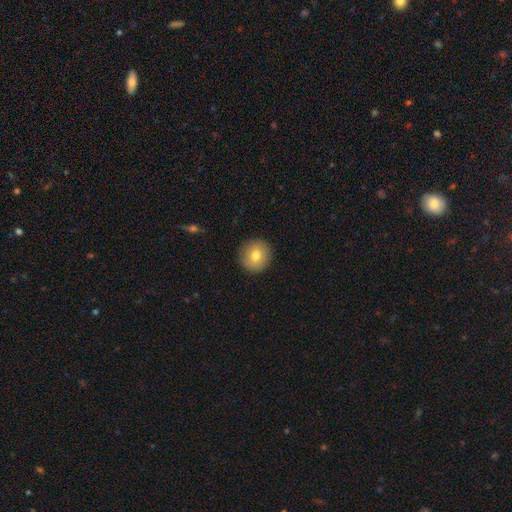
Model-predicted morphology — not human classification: Smooth or featured?
  - smooth: 77% *
  - featured or disk: 14%
  - star or artifact: 9%
How rounded?
  - round: 94% *
  - in between: 5%
  - cigar-shaped: 1%
Merging?
  - none: 90% *
  - minor disturbance: 7%
  - major disturbance: 2%
  - merger: 1%